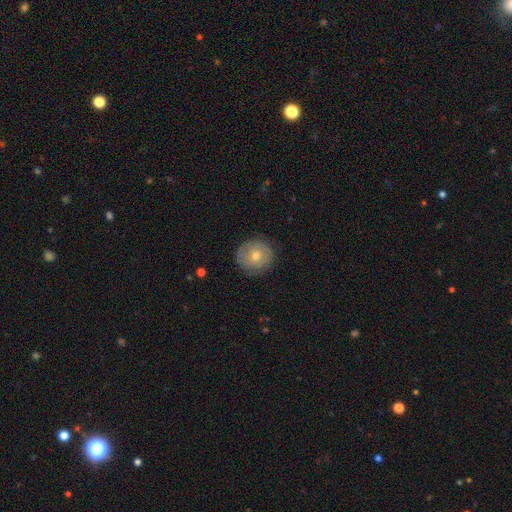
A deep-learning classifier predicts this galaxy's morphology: type=smooth (56%); roundness=round (92%); merging=none (86%).